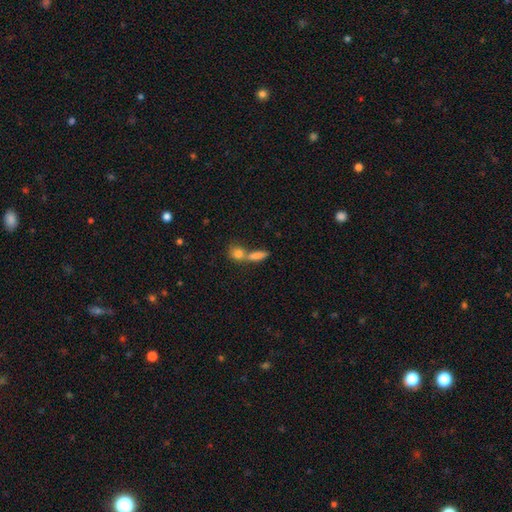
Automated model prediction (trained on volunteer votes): smooth_or_featured: smooth (p=0.76) [alt: featured or disk p=0.13]
how_rounded: in between (p=0.48) [alt: cigar-shaped p=0.36]
merging: merger (p=0.49) [alt: none p=0.39]